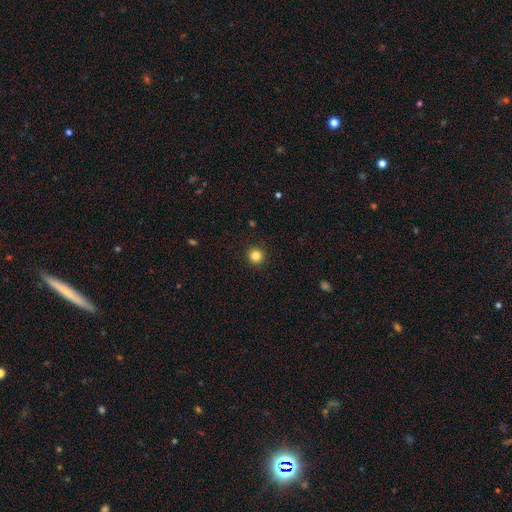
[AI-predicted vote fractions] Overall: smooth (83%). How rounded: round (96%). Merging: none (93%).